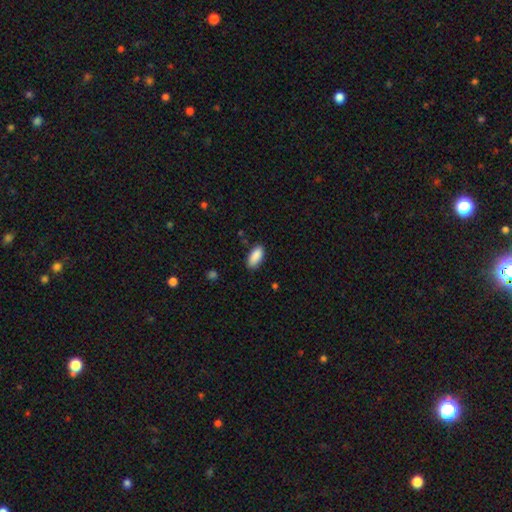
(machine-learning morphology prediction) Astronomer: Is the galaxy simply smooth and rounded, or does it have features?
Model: smooth — 90%.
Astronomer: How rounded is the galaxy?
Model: in between — 88%.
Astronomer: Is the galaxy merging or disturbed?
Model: none — 85%.